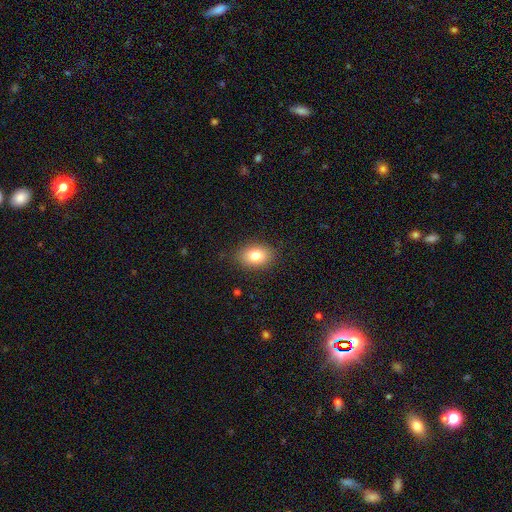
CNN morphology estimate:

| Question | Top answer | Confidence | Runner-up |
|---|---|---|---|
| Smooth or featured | smooth | 80% | featured or disk (11%) |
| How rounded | in between | 73% | round (26%) |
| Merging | none | 87% | minor disturbance (10%) |